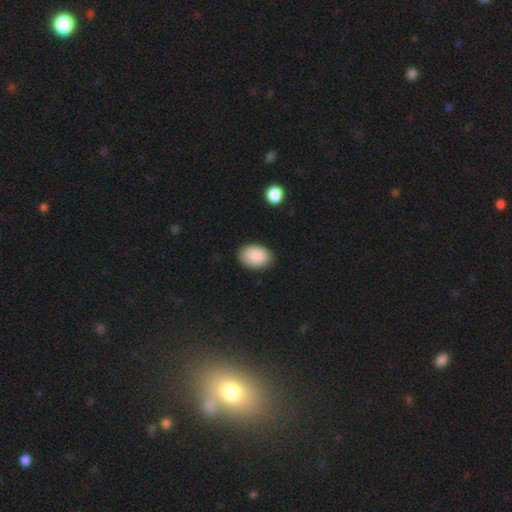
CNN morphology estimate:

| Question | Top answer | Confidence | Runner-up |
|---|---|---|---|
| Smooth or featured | smooth | 89% | star or artifact (6%) |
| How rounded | in between | 85% | round (14%) |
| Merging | none | 85% | minor disturbance (11%) |